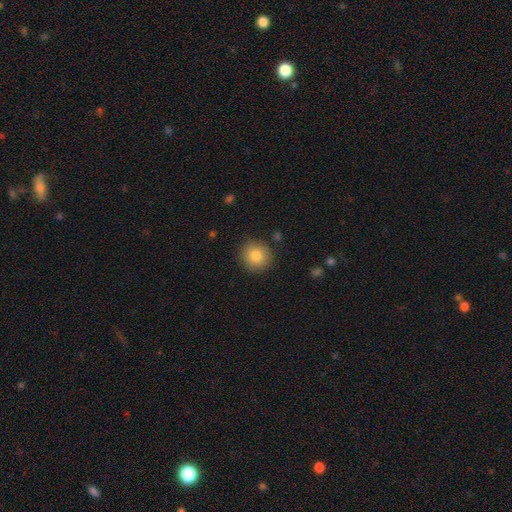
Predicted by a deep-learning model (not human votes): Smooth or featured?
  - smooth: 84% *
  - star or artifact: 9%
  - featured or disk: 7%
How rounded?
  - round: 90% *
  - in between: 9%
  - cigar-shaped: 1%
Merging?
  - none: 87% *
  - minor disturbance: 9%
  - major disturbance: 3%
  - merger: 2%